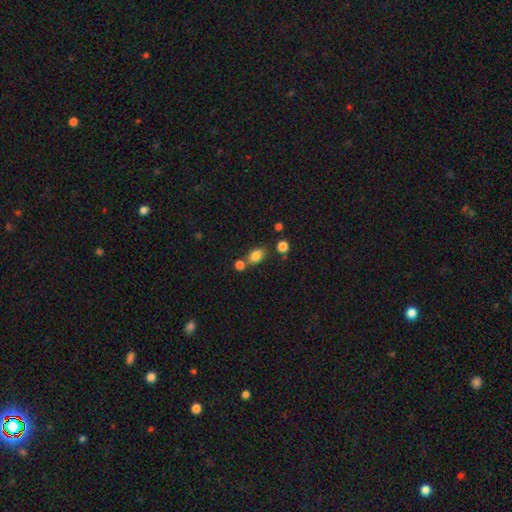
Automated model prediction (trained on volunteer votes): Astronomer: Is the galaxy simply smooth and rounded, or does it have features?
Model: smooth — 82%.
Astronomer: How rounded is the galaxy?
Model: in between — 75%.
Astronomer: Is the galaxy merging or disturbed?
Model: none — 62%.